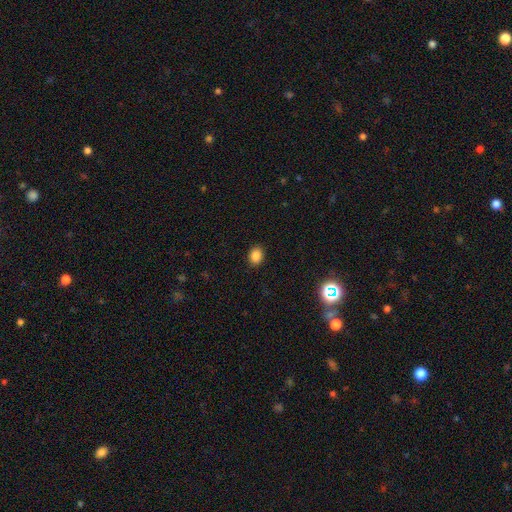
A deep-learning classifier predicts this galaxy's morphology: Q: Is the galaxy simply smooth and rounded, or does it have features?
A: smooth — 85%.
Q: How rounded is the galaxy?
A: in between — 53%.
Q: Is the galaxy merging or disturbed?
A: none — 89%.